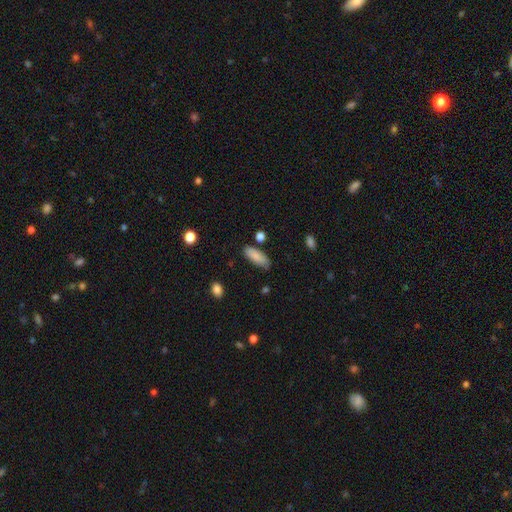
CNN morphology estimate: smooth_or_featured: smooth (p=0.86) [alt: featured or disk p=0.07]
how_rounded: in between (p=0.70) [alt: cigar-shaped p=0.28]
merging: none (p=0.79) [alt: minor disturbance p=0.14]